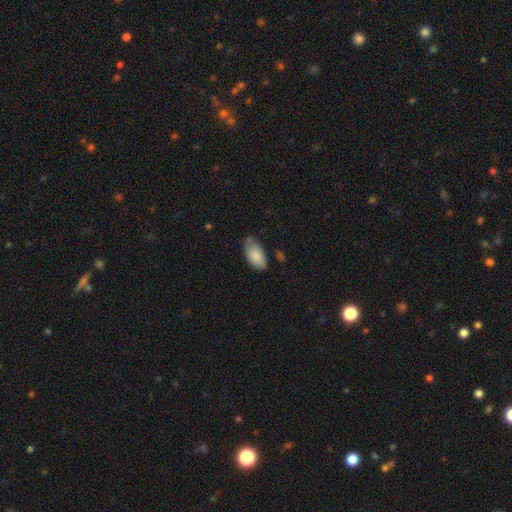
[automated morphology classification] type=smooth (84%); roundness=in between (95%); merging=none (60%).